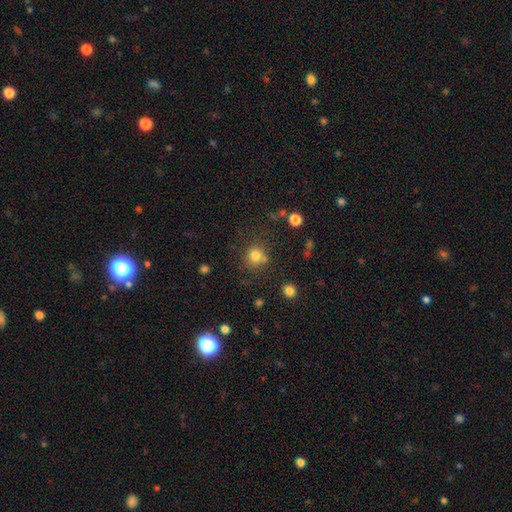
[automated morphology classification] This is likely a smooth galaxy (79%). How rounded: clearly round (86%). Merging: likely none (70%).